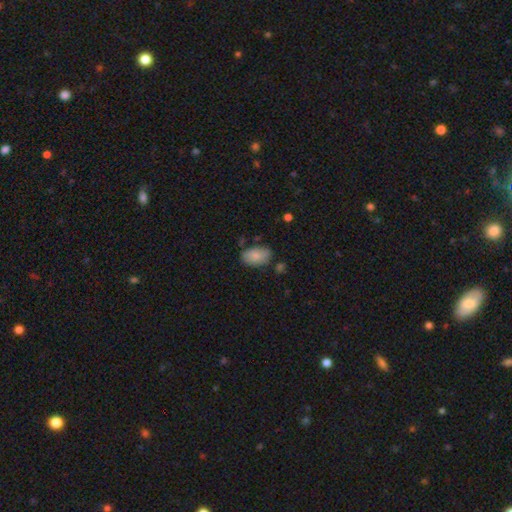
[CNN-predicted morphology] type=smooth (84%); roundness=in between (92%); merging=none (72%).